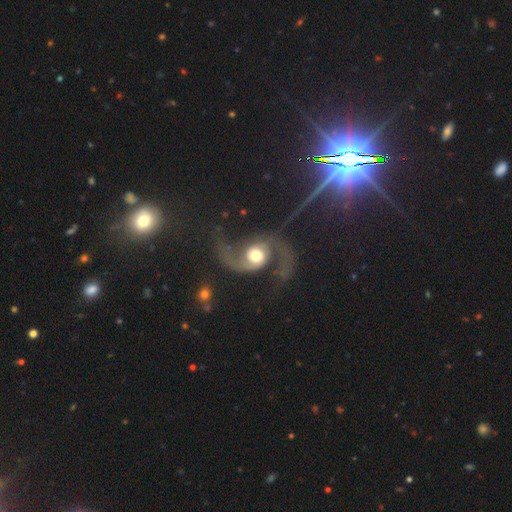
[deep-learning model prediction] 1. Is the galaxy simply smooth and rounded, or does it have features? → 87% featured or disk, 7% smooth, 5% star or artifact.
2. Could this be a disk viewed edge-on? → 98% no, 2% yes.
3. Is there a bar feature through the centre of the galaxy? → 67% no, 25% weak, 8% strong.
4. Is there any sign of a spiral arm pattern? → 97% yes, 3% no.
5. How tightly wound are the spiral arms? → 67% loose, 29% medium, 5% tight.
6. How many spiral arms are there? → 94% 2, 2% 1, 1% can't tell, 1% 3, 1% 4, 1% more than 4.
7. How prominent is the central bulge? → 52% moderate, 31% large, 9% small, 6% dominant, 1% none.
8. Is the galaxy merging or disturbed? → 64% none, 19% major disturbance, 14% minor disturbance, 3% merger.